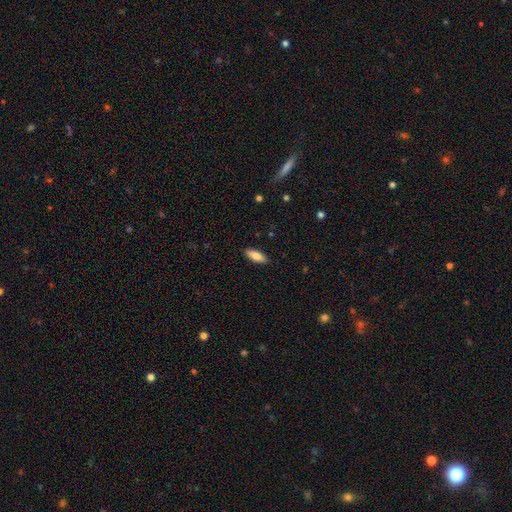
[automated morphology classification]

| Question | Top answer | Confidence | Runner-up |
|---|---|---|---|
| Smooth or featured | smooth | 80% | featured or disk (14%) |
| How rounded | in between | 68% | cigar-shaped (30%) |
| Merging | none | 89% | minor disturbance (9%) |